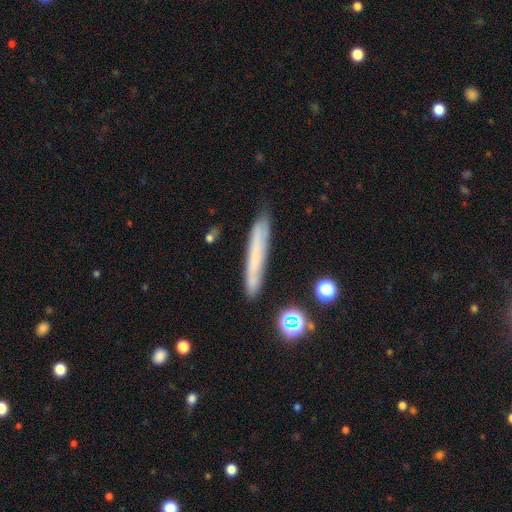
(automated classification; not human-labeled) smooth 57%, featured or disk 33%, star or artifact 10%. Down the decision tree: how rounded — cigar-shaped (94%); merging — none (83%).